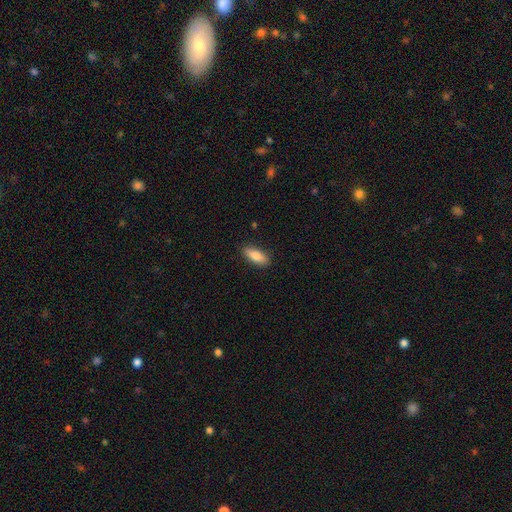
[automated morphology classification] The model was most divided on "how rounded": in between: 73%, cigar-shaped: 25%, round: 2%. More confident: merging — none (88%); smooth or featured — smooth (83%).